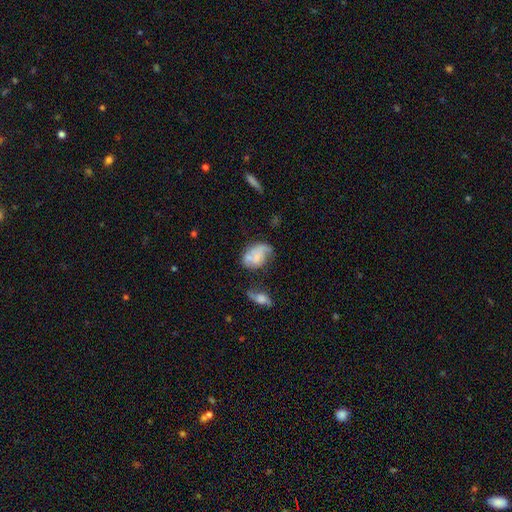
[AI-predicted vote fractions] Overall: smooth (47%; featured or disk 43%). Merging: none (35%; minor disturbance 29%).